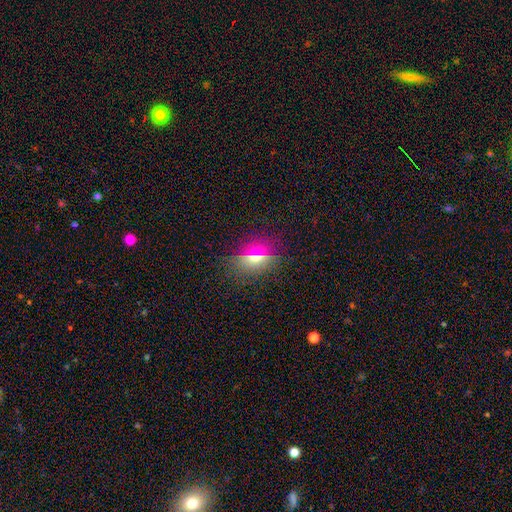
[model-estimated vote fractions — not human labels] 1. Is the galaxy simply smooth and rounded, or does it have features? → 66% smooth, 23% star or artifact, 11% featured or disk.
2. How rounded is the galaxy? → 60% in between, 37% round, 2% cigar-shaped.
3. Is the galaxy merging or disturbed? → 86% none, 9% minor disturbance, 3% major disturbance, 2% merger.